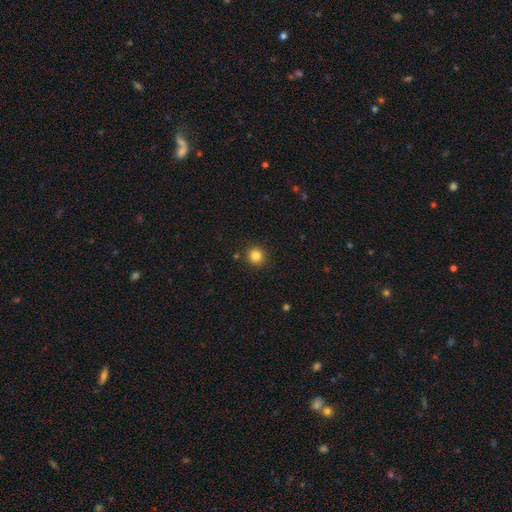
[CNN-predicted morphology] Smooth or featured: smooth — 83% (star or artifact — 12%)
How rounded: round — 94% (in between — 5%)
Merging: none — 90% (minor disturbance — 6%)